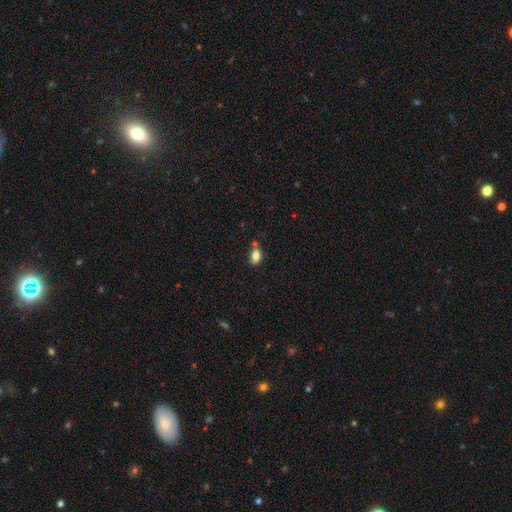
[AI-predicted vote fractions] Q: Smooth or featured?
A: smooth (80%); runner-up: featured or disk (10%)
Q: How rounded?
A: in between (82%); runner-up: round (14%)
Q: Merging?
A: none (52%); runner-up: minor disturbance (22%)